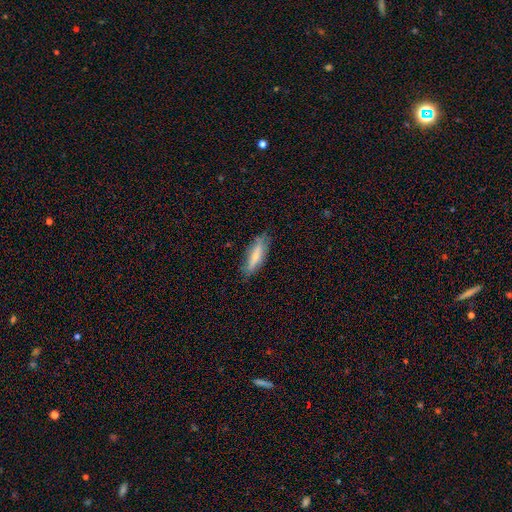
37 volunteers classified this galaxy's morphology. Q: Smooth or featured?
A: smooth (65%); runner-up: featured or disk (30%)
Q: How rounded?
A: cigar-shaped (67%); runner-up: in between (33%)
Q: Merging?
A: none (89%); runner-up: minor disturbance (11%)